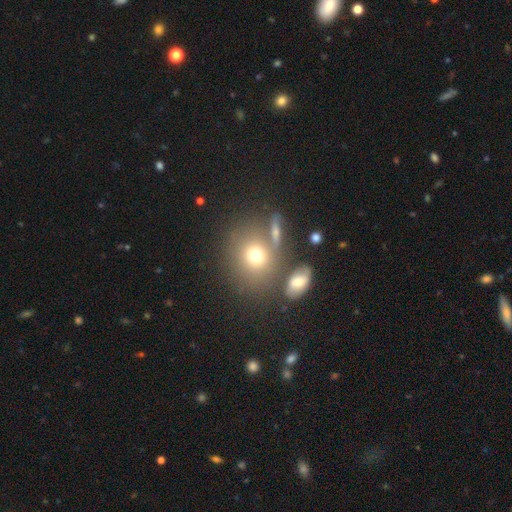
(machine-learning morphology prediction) smooth-or-featured: smooth: 71% | featured or disk: 16% | star or artifact: 14%
  how-rounded: round: 70% | in between: 29% | cigar-shaped: 1%
  merging: none: 63% | merger: 18% | minor disturbance: 13% | major disturbance: 7%